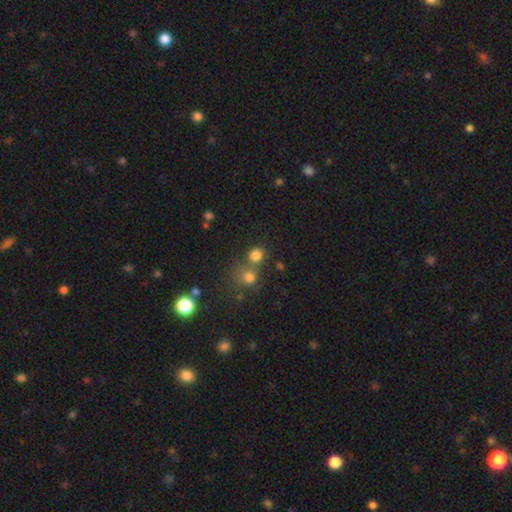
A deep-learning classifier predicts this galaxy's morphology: type=smooth (77%); roundness=round (84%); merging=none (60%).